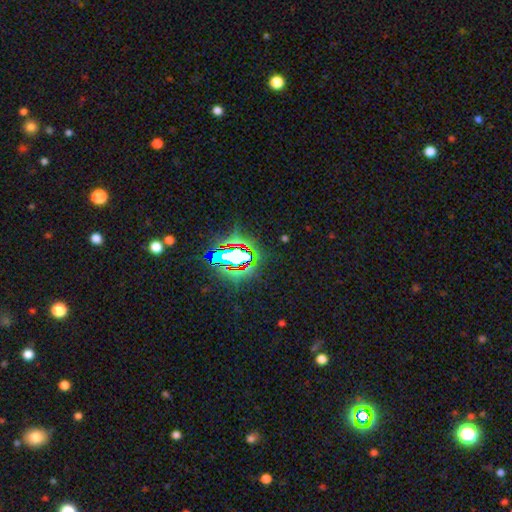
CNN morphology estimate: Smooth or featured?
  - star or artifact: 81% *
  - smooth: 11%
  - featured or disk: 8%